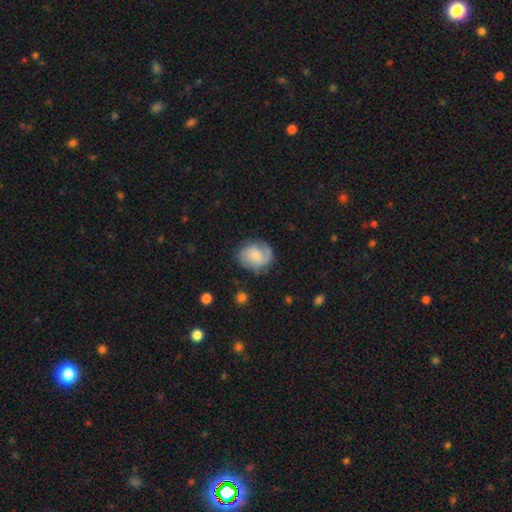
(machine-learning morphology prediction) Smooth or featured: featured or disk — 52% (smooth — 41%)
Edge-on disk: no — 98% (yes — 2%)
Bar: no — 60% (weak — 35%)
Spiral arms: yes — 89% (no — 11%)
Bulge size: moderate — 31% (small — 27%)
Merging: none — 70% (minor disturbance — 19%)